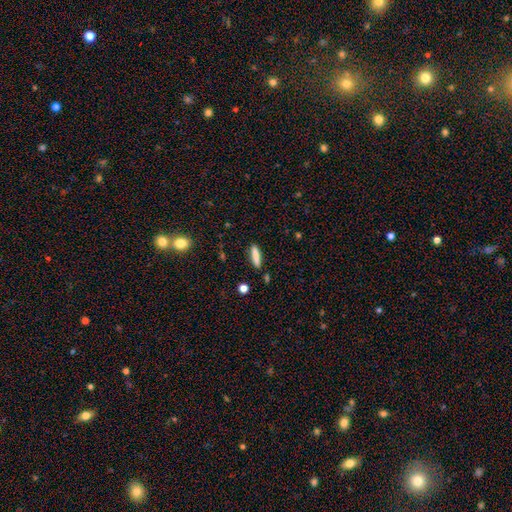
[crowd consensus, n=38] A smooth galaxy with no disk features (89%) that is cigar-shaped (85%). Merging: none (89%).